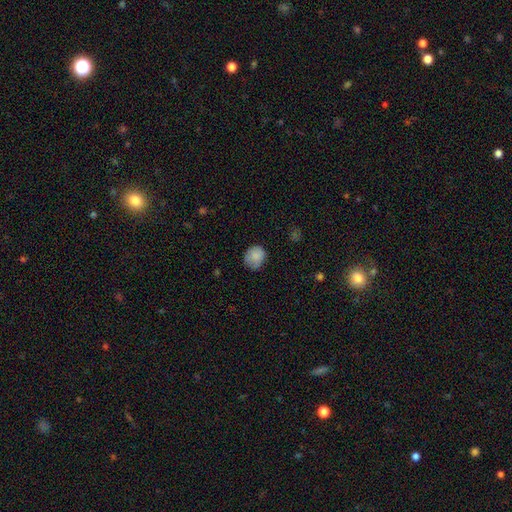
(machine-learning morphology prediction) A smooth galaxy with no disk features (84%) that is round (75%).

Vote fractions:
- Smooth or featured? smooth: 84% / star or artifact: 8% / featured or disk: 8%
- How rounded? round: 75% / in between: 24% / cigar-shaped: 1%
- Merging? none: 68% / minor disturbance: 25% / major disturbance: 6% / merger: 1%